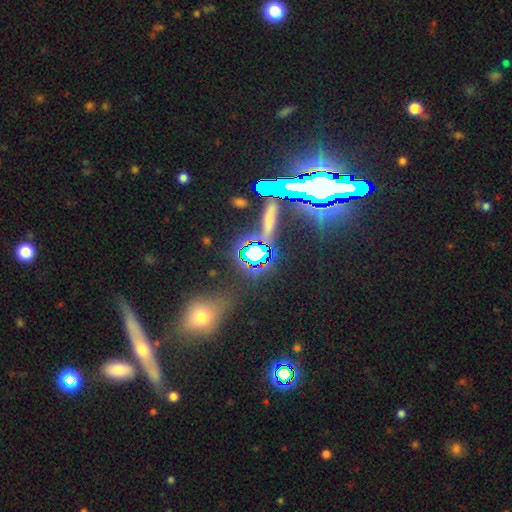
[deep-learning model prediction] Smooth or featured?
  - star or artifact: 66% *
  - smooth: 18%
  - featured or disk: 17%